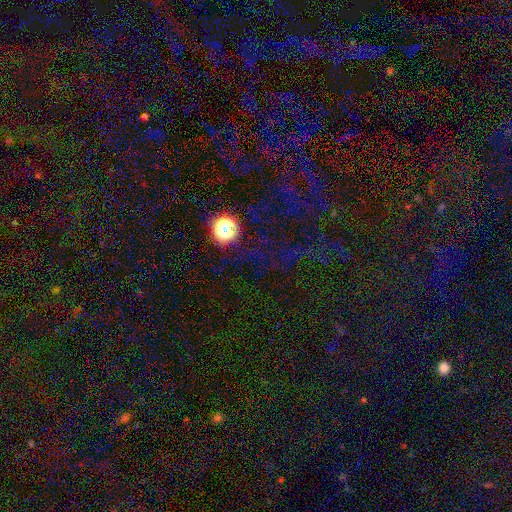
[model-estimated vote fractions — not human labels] This appears to be a star or artifact, not a galaxy (68%).